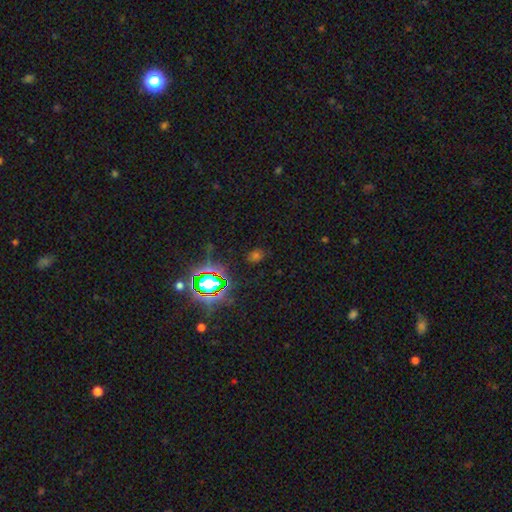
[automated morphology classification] The model was most divided on "smooth or featured": star or artifact: 50%, smooth: 42%, featured or disk: 8%.